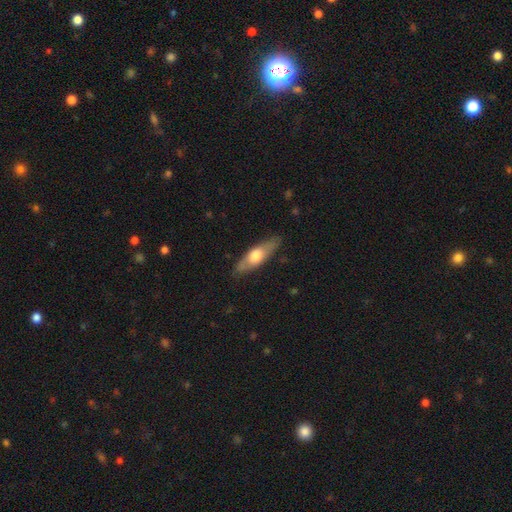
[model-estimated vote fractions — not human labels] A smooth galaxy with no disk features (52%) that is cigar-shaped (54%).

Vote fractions:
- Smooth or featured? smooth: 52% / featured or disk: 43% / star or artifact: 5%
- How rounded? cigar-shaped: 54% / in between: 43% / round: 2%
- Merging? none: 83% / minor disturbance: 13% / major disturbance: 3% / merger: 1%